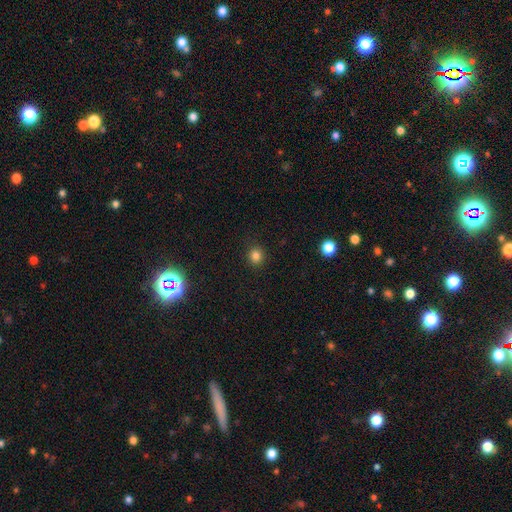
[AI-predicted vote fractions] Smooth or featured? Predicted: smooth (p=0.82). How rounded? Predicted: round (p=0.87). Merging? Predicted: none (p=0.90).